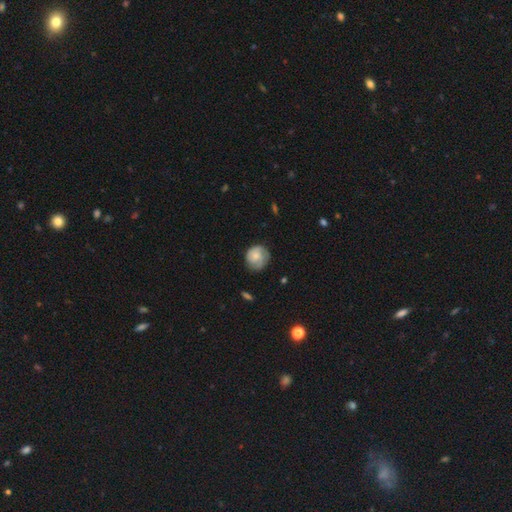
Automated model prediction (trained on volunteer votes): Smooth or featured? smooth (58%)
How rounded? round (82%)
Merging? none (67%)